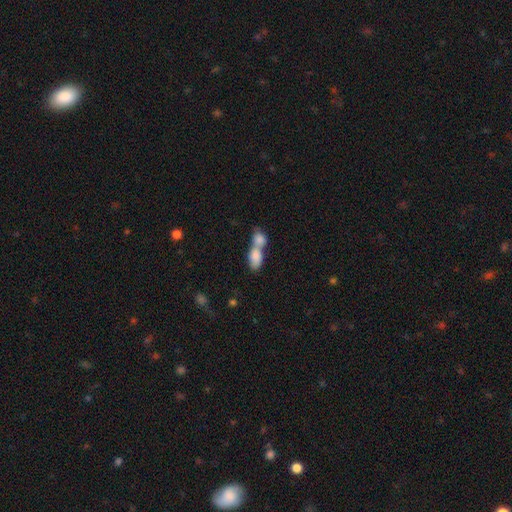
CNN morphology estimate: The model was most divided on "merging": merger: 77%, none: 14%, minor disturbance: 5%, major disturbance: 3%. More confident: how rounded — in between (83%); smooth or featured — smooth (81%).